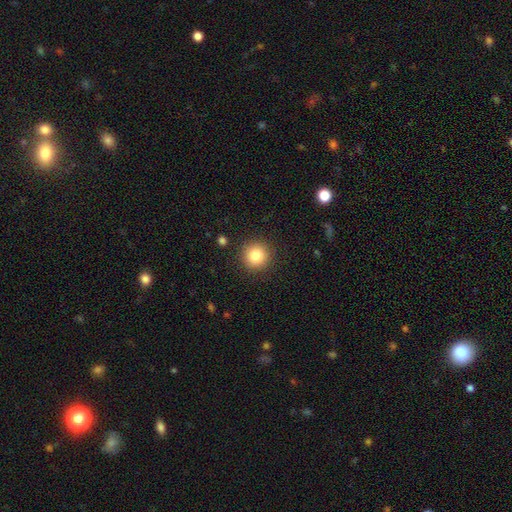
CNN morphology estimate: Smooth or featured?
  - smooth: 82% *
  - star or artifact: 11%
  - featured or disk: 7%
How rounded?
  - round: 95% *
  - in between: 4%
  - cigar-shaped: 1%
Merging?
  - none: 91% *
  - minor disturbance: 6%
  - major disturbance: 2%
  - merger: 1%